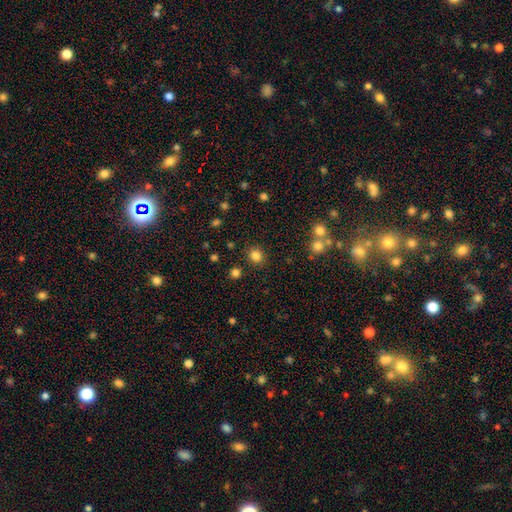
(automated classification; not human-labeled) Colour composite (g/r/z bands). It shows a smooth galaxy with no disk features (83%) that is round (82%). Merging: none (87%).